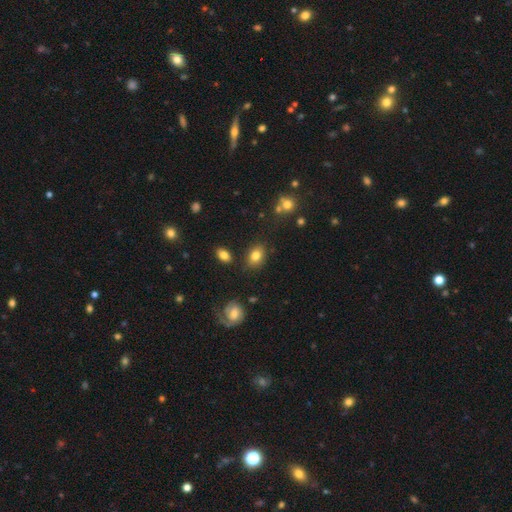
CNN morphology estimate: The model was most divided on "how rounded": in between: 75%, round: 24%, cigar-shaped: 1%. More confident: smooth or featured — smooth (81%); merging — none (79%).